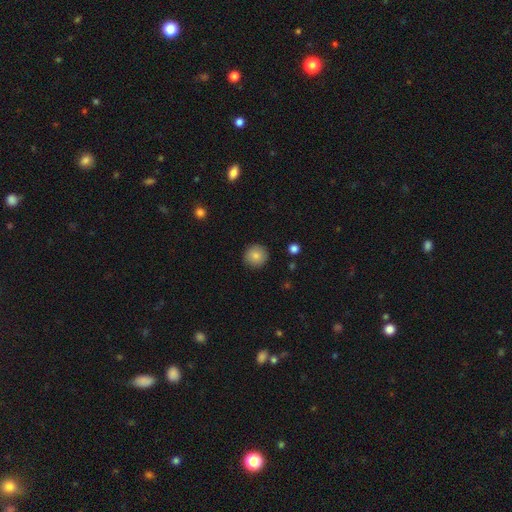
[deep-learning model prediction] The model was most divided on "smooth or featured": smooth: 84%, star or artifact: 9%, featured or disk: 7%. More confident: how rounded — round (95%); merging — none (91%).